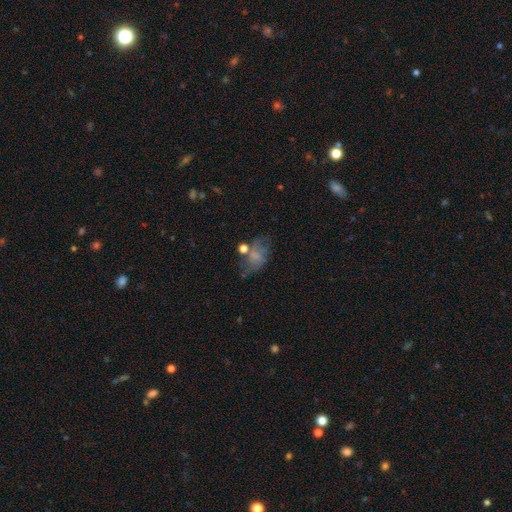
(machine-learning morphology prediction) A smooth galaxy with no disk features (49%).

Vote fractions:
- Smooth or featured? smooth: 49% / featured or disk: 37% / star or artifact: 14%
- Merging? none: 39% / minor disturbance: 25% / major disturbance: 24% / merger: 13%